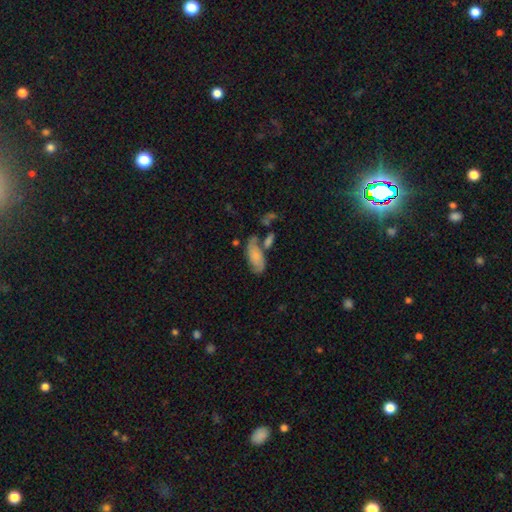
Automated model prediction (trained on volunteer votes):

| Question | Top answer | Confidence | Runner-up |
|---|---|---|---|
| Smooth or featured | smooth | 58% | featured or disk (34%) |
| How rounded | in between | 87% | cigar-shaped (10%) |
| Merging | none | 45% | merger (23%) |